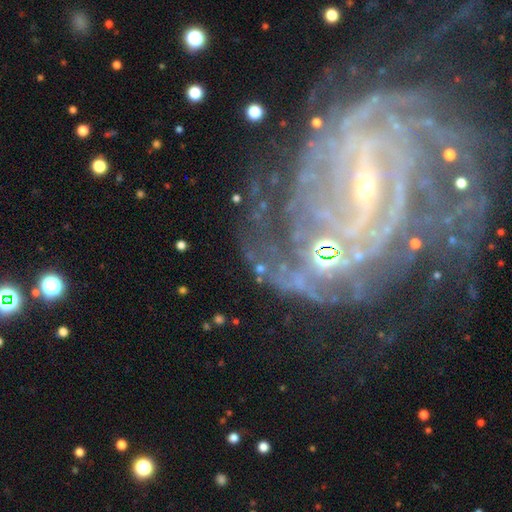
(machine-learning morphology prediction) type=featured or disk (88%); edge-on=no (97%); bar=strong (49%); spiral arms=yes (94%); winding=tight (61%); arm count=can't tell (27%); bulge=small (85%); merging=none (57%).